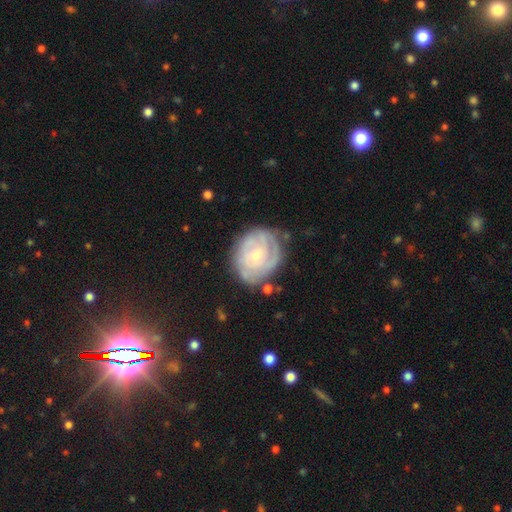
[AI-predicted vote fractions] featured or disk 74%, smooth 20%, star or artifact 6%. Down the decision tree: edge-on disk — no (98%); bar — no (71%); spiral arms — yes (86%); spiral arm count — can't tell (47%); spiral winding — tight (72%); bulge size — small (71%); merging — none (69%).